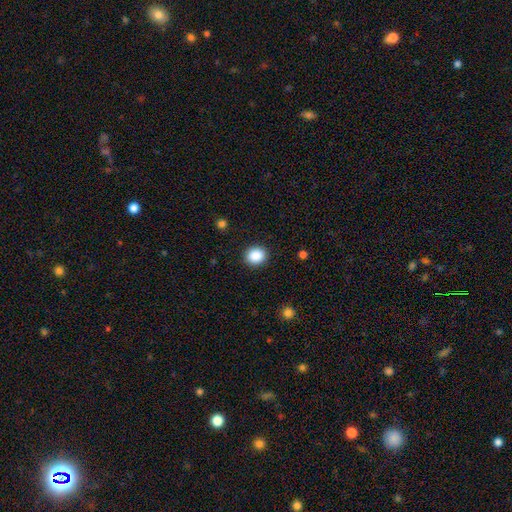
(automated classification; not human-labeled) This appears to be a smooth galaxy with no disk features (88%) that is round (78%). Merging: none (90%).